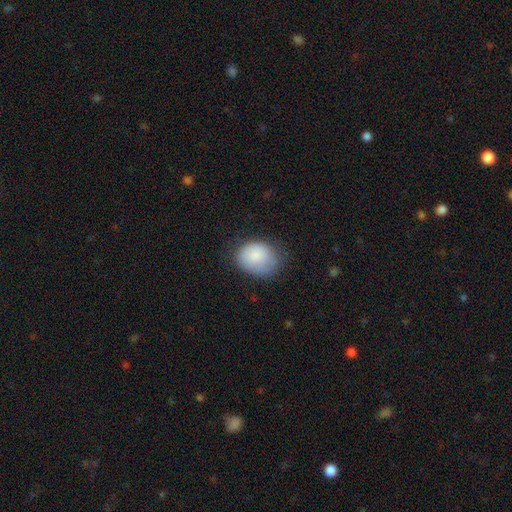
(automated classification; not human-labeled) Smooth or featured?
  - smooth: 84% *
  - featured or disk: 9%
  - star or artifact: 7%
How rounded?
  - in between: 56% *
  - round: 43%
  - cigar-shaped: 1%
Merging?
  - none: 57% *
  - minor disturbance: 31%
  - major disturbance: 11%
  - merger: 1%